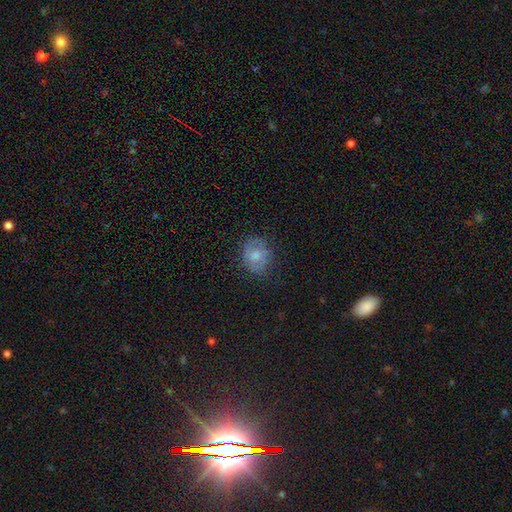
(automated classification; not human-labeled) This is possibly a smooth galaxy (57%). How rounded: likely round (63%). Merging: likely none (70%).